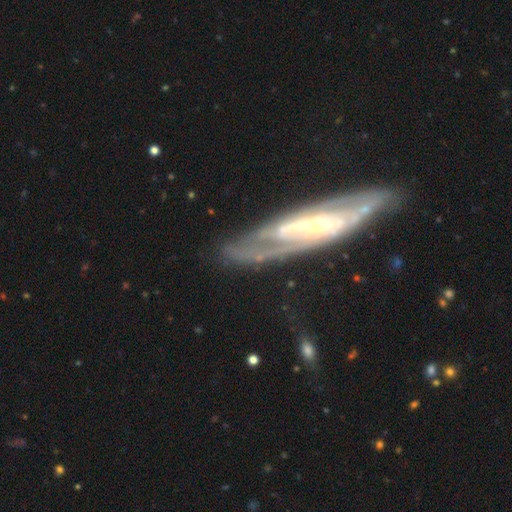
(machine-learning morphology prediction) Overall: featured or disk (83%). Edge-on disk: no (68%; yes 32%). Bar: strong (39%; weak 32%). Spiral arms: yes (85%). Bulge size: small (68%). Merging: none (71%).